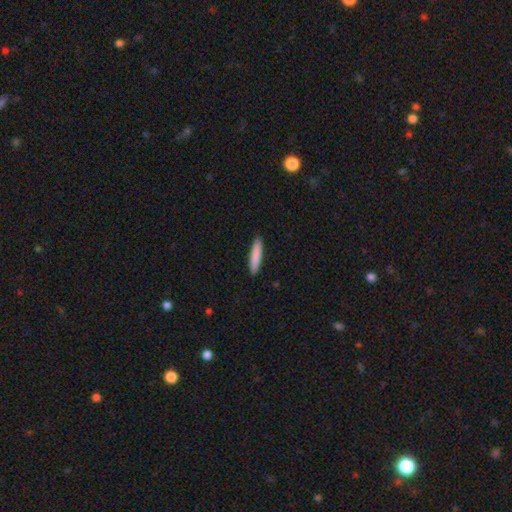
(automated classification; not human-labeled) smooth_or_featured: smooth (p=0.86) [alt: featured or disk p=0.09]
how_rounded: cigar-shaped (p=0.88) [alt: in between p=0.11]
merging: none (p=0.92) [alt: minor disturbance p=0.06]